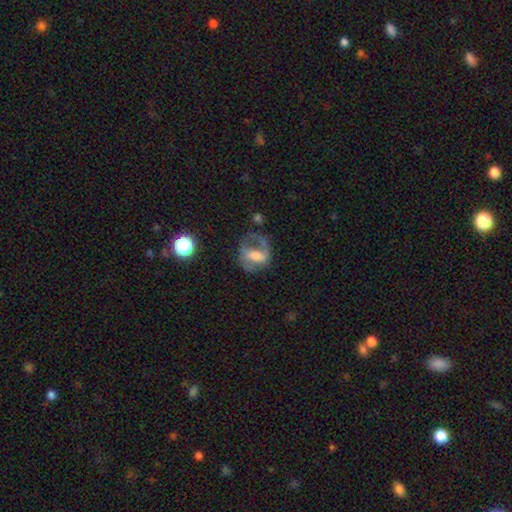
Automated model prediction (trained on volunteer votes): Q: Smooth or featured?
A: featured or disk (63%); runner-up: smooth (28%)
Q: Edge-on disk?
A: no (96%); runner-up: yes (4%)
Q: Bar?
A: weak (38%); runner-up: strong (34%)
Q: Spiral arms?
A: yes (73%); runner-up: no (27%)
Q: Bulge size?
A: moderate (32%); runner-up: large (25%)
Q: Merging?
A: none (46%); runner-up: major disturbance (30%)